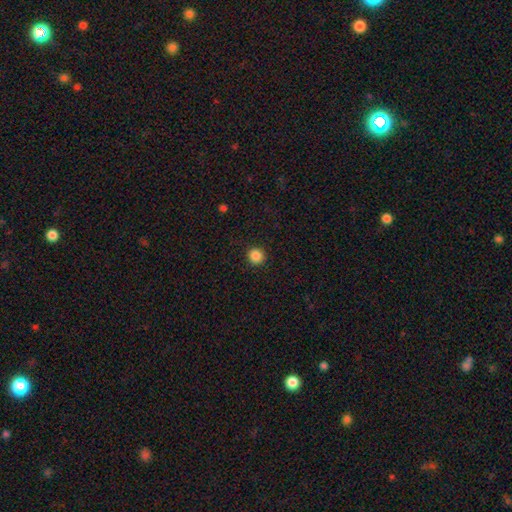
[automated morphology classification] smooth_or_featured: smooth (p=0.86) [alt: star or artifact p=0.10]
how_rounded: round (p=0.94) [alt: in between p=0.05]
merging: none (p=0.92) [alt: minor disturbance p=0.05]